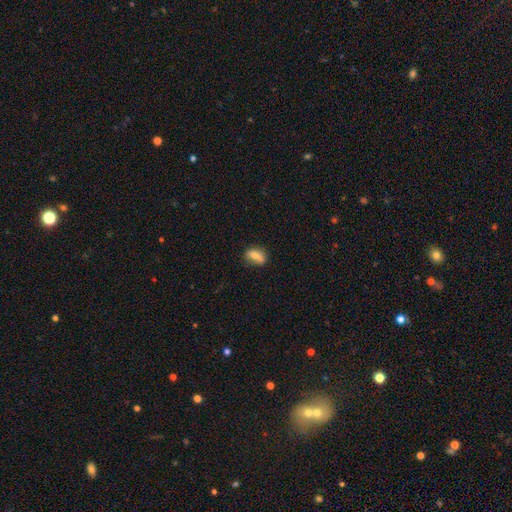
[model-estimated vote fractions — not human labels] smooth-or-featured: smooth: 76% | featured or disk: 15% | star or artifact: 9%
  how-rounded: in between: 79% | round: 12% | cigar-shaped: 9%
  merging: none: 66% | minor disturbance: 24% | major disturbance: 6% | merger: 4%